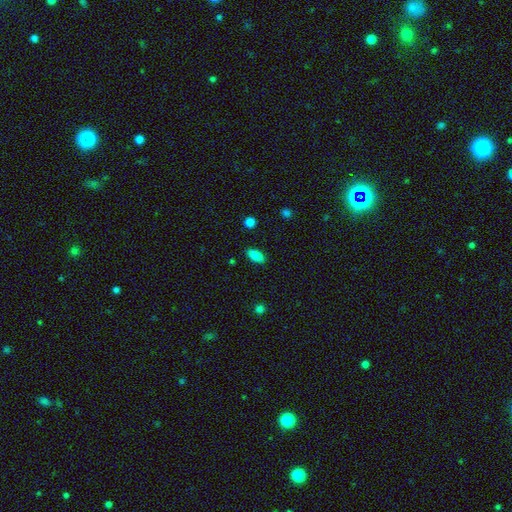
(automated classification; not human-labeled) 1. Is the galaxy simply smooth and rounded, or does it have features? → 84% smooth, 8% star or artifact, 8% featured or disk.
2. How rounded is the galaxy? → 87% in between, 10% cigar-shaped, 3% round.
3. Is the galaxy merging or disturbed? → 88% none, 9% minor disturbance, 2% major disturbance, 1% merger.